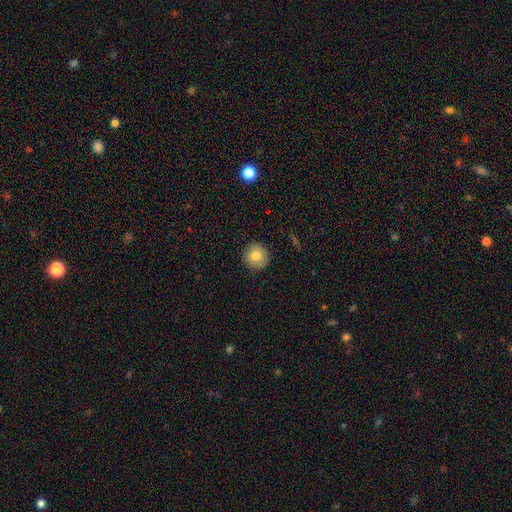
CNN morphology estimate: Q: Smooth or featured?
A: smooth (81%); runner-up: featured or disk (10%)
Q: How rounded?
A: round (94%); runner-up: in between (5%)
Q: Merging?
A: none (90%); runner-up: minor disturbance (7%)